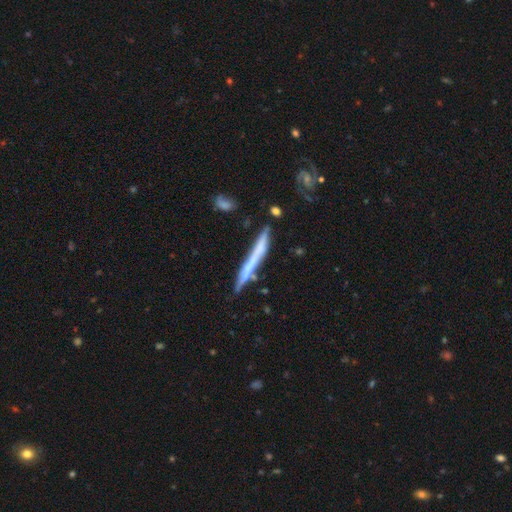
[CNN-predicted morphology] featured or disk 49%, smooth 43%, star or artifact 8%. Down the decision tree: merging — none (75%).